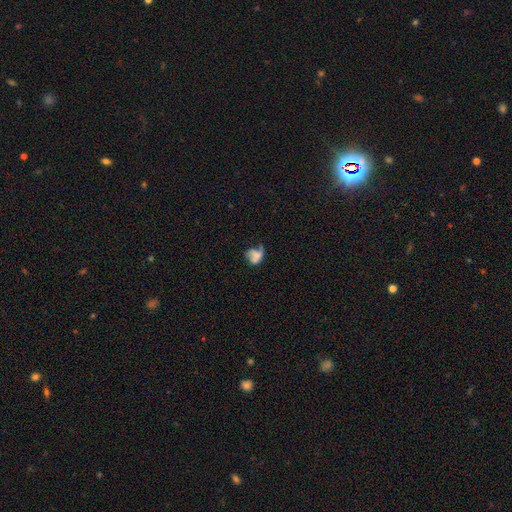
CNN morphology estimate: Q: Smooth or featured?
A: smooth (55%); runner-up: featured or disk (30%)
Q: How rounded?
A: in between (59%); runner-up: round (38%)
Q: Merging?
A: major disturbance (32%); runner-up: none (28%)